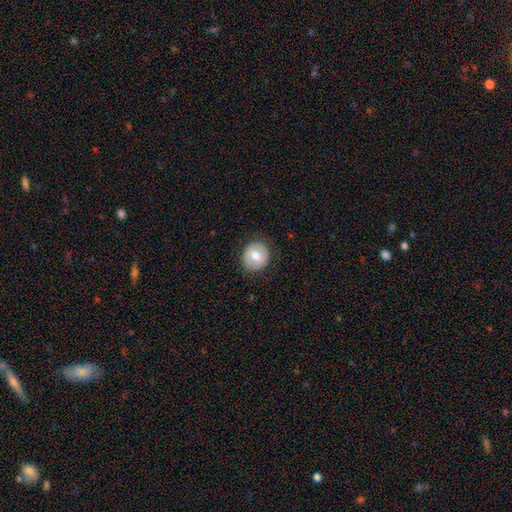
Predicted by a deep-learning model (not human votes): Morphology: type=smooth (68%); roundness=round (87%); merging=none (86%).